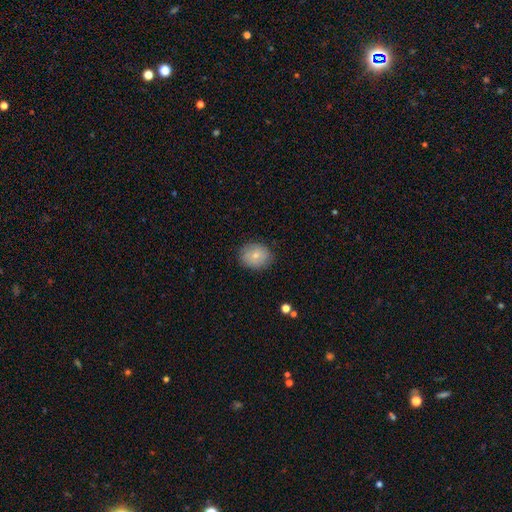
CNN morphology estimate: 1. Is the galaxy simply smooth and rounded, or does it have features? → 74% smooth, 18% featured or disk, 8% star or artifact.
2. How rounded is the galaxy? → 57% round, 42% in between, 1% cigar-shaped.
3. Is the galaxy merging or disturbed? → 84% none, 12% minor disturbance, 3% major disturbance, 1% merger.